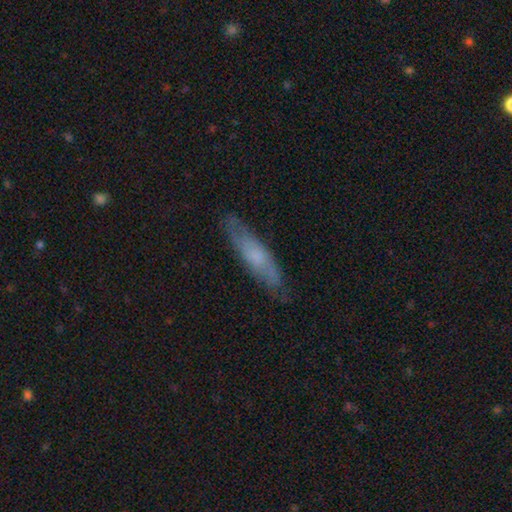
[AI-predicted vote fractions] Q: Smooth or featured?
A: smooth (50%); runner-up: featured or disk (43%)
Q: How rounded?
A: cigar-shaped (73%); runner-up: in between (25%)
Q: Merging?
A: none (78%); runner-up: minor disturbance (17%)